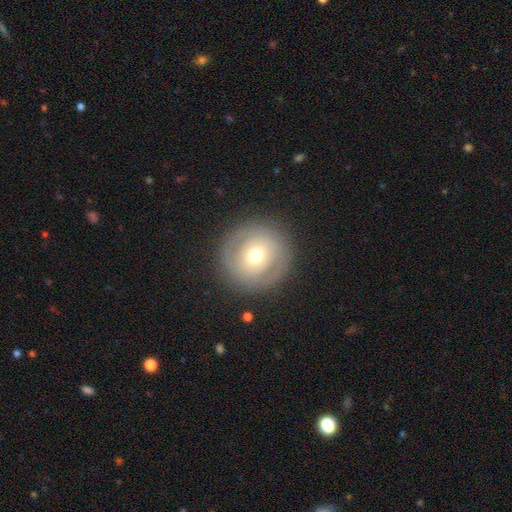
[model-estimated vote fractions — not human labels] Morphology: type=featured or disk (46%, tied with smooth); merging=none (85%).